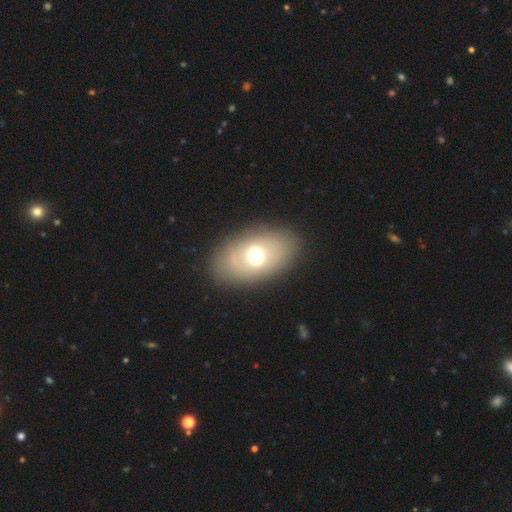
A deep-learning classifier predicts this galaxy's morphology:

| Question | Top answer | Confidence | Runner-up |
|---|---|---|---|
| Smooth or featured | smooth | 59% | featured or disk (30%) |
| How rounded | in between | 83% | round (15%) |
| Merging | none | 84% | minor disturbance (10%) |